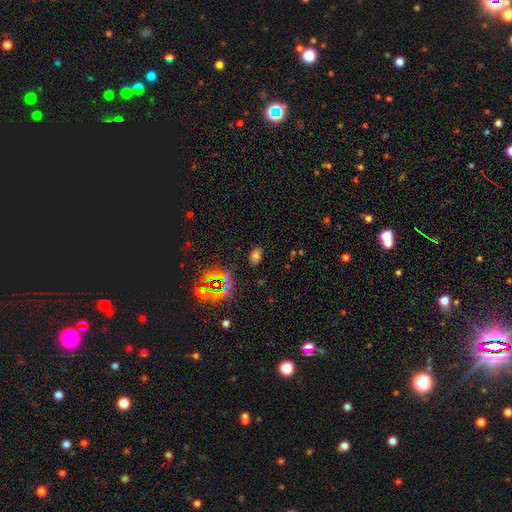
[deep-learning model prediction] smooth 64%, star or artifact 28%, featured or disk 9%. Down the decision tree: how rounded — in between (86%); merging — none (85%).